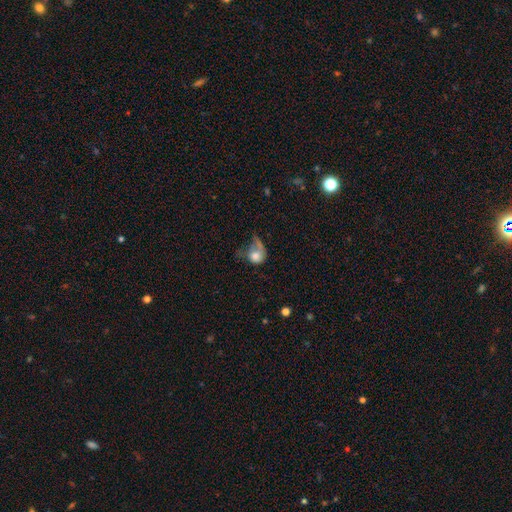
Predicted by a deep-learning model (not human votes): A smooth galaxy with no disk features (63%) that is round (57%).

Vote fractions:
- Smooth or featured? smooth: 63% / featured or disk: 28% / star or artifact: 9%
- How rounded? round: 57% / in between: 42% / cigar-shaped: 1%
- Merging? major disturbance: 52% / none: 19% / minor disturbance: 18% / merger: 10%